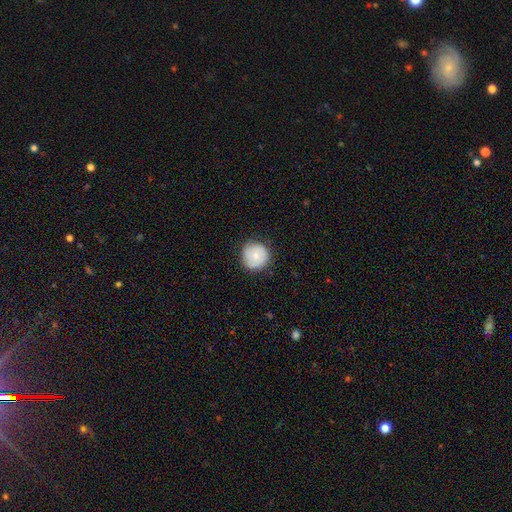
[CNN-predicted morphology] Overall: smooth (70%). How rounded: round (94%). Merging: none (79%).